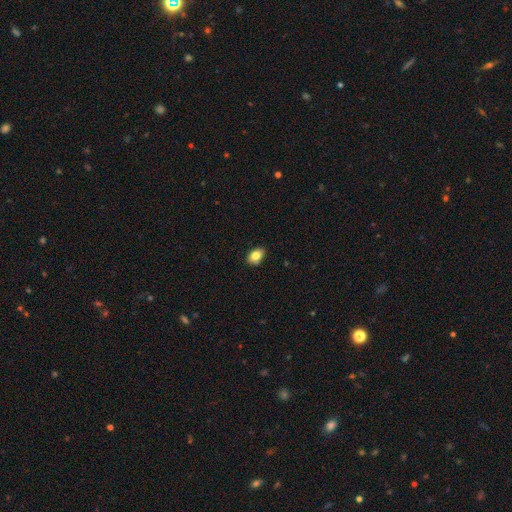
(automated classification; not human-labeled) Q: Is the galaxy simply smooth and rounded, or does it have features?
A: smooth — 81%.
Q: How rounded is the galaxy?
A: in between — 87%.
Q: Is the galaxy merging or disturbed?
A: none — 84%.